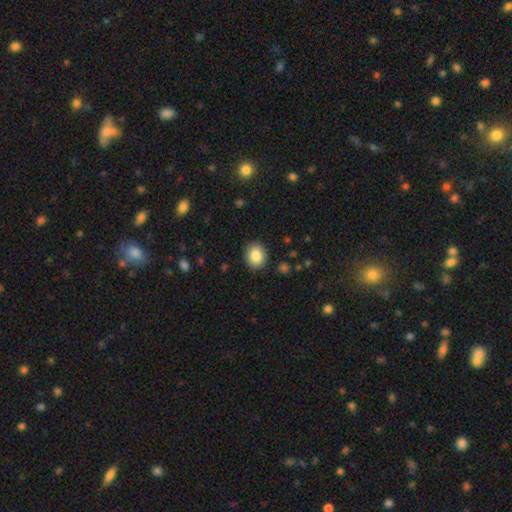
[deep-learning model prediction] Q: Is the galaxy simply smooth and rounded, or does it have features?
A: smooth — 85%.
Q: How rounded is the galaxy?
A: round — 64%.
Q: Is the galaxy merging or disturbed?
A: none — 89%.